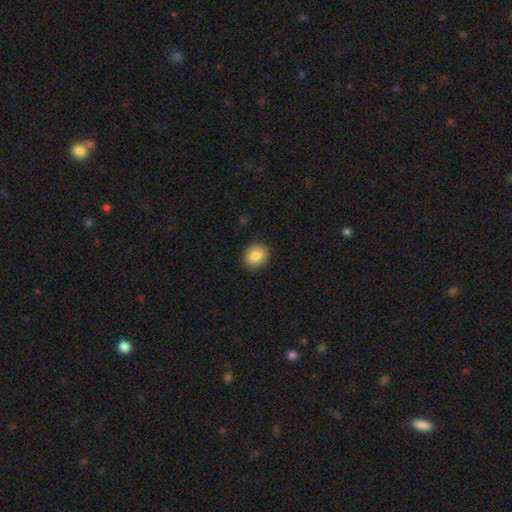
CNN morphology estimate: smooth-or-featured: smooth: 85% | star or artifact: 8% | featured or disk: 6%
  how-rounded: round: 63% | in between: 36% | cigar-shaped: 1%
  merging: none: 89% | minor disturbance: 8% | major disturbance: 2% | merger: 1%